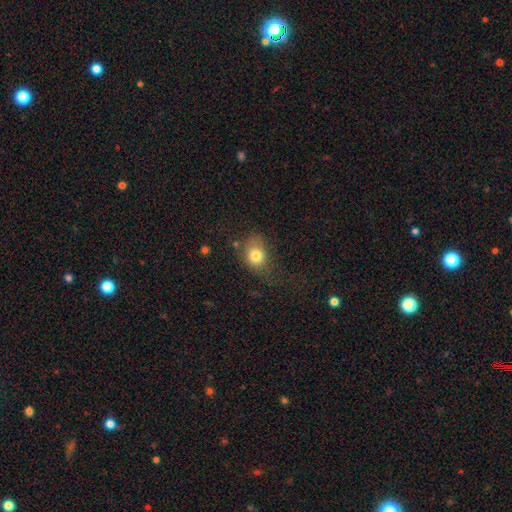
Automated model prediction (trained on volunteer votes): A smooth galaxy with no disk features (78%) that is round (52%). Merging: none (50%).